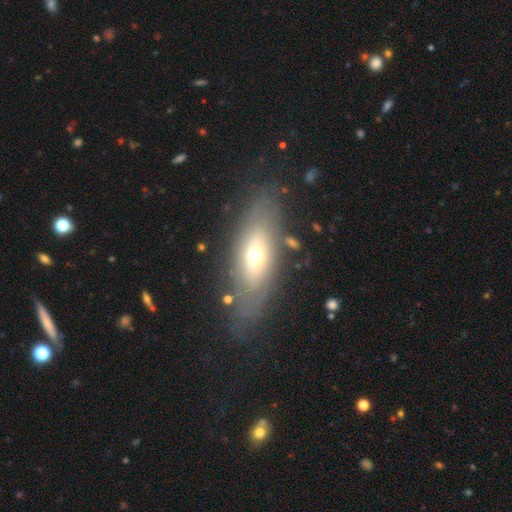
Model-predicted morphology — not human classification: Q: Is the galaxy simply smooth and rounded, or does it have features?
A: featured or disk — 50%.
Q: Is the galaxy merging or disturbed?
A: none — 70%.